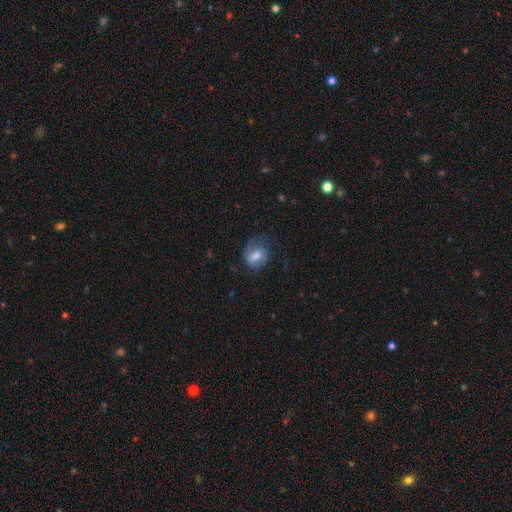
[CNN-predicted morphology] smooth_or_featured: featured or disk (p=0.46) [tied with: smooth p=0.46]
merging: none (p=0.55) [alt: minor disturbance p=0.24]